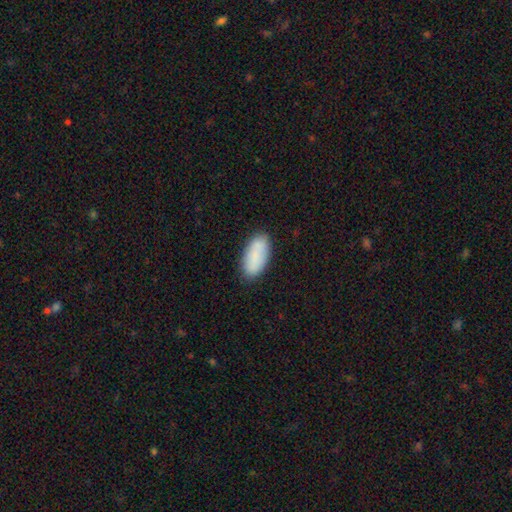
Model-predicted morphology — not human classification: A smooth galaxy with no disk features (84%) that is in between round and cigar-shaped (92%).

Vote fractions:
- Smooth or featured? smooth: 84% / featured or disk: 10% / star or artifact: 7%
- How rounded? in between: 92% / cigar-shaped: 6% / round: 2%
- Merging? none: 82% / minor disturbance: 13% / major disturbance: 3% / merger: 2%